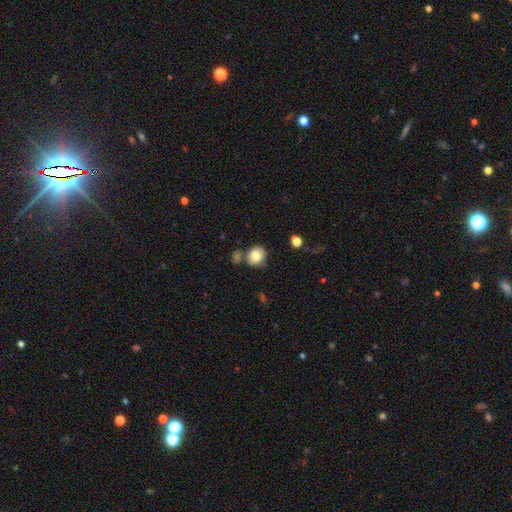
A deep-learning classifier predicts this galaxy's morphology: Overall: smooth (80%). How rounded: round (67%; in between 32%). Merging: none (67%).